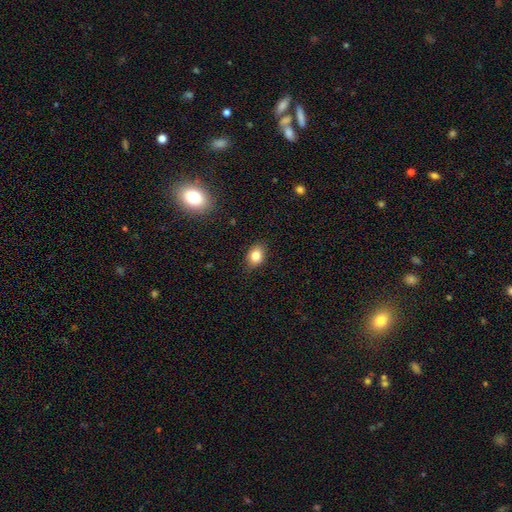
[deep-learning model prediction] smooth_or_featured: smooth (p=0.82) [alt: star or artifact p=0.10]
how_rounded: in between (p=0.69) [alt: round p=0.29]
merging: none (p=0.83) [alt: minor disturbance p=0.14]